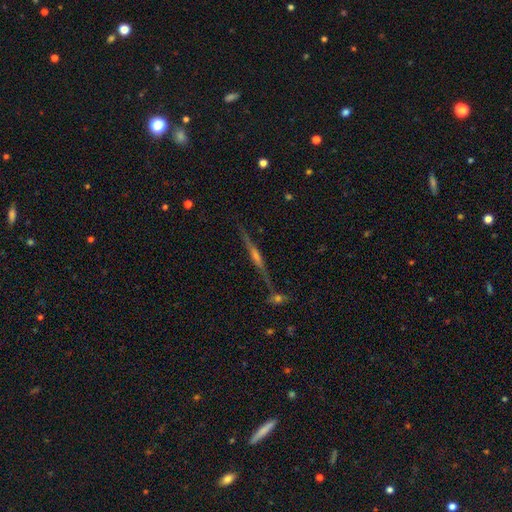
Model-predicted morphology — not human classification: Smooth or featured: featured or disk — 74% (smooth — 15%)
Edge-on disk: yes — 97% (no — 3%)
Edge-on bulge: rounded — 62% (none — 21%)
Merging: none — 80% (minor disturbance — 10%)